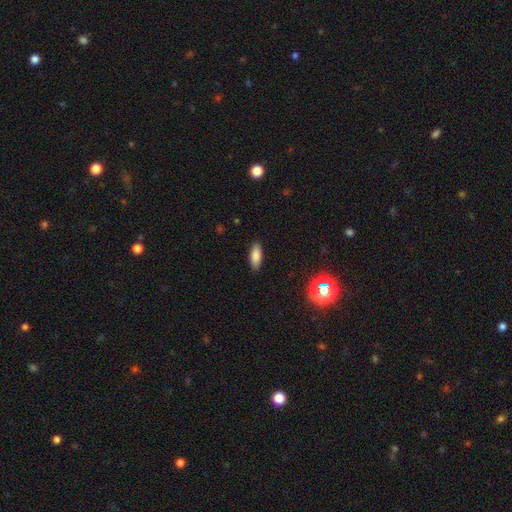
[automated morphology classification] smooth-or-featured: smooth: 84% | star or artifact: 9% | featured or disk: 7%
  how-rounded: in between: 72% | cigar-shaped: 26% | round: 2%
  merging: none: 89% | minor disturbance: 8% | major disturbance: 2% | merger: 1%